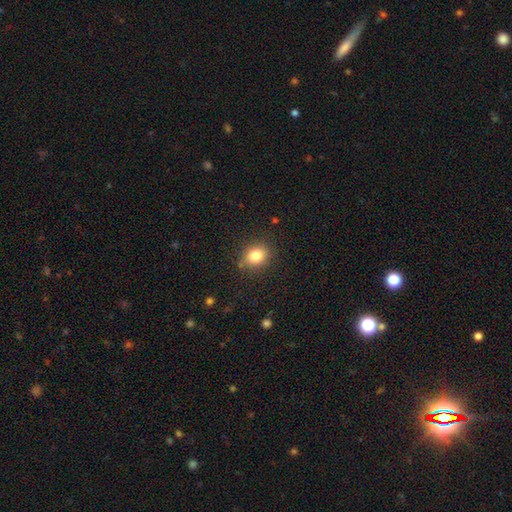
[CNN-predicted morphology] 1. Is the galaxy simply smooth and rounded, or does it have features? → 82% smooth, 11% star or artifact, 7% featured or disk.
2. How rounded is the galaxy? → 62% round, 38% in between, 1% cigar-shaped.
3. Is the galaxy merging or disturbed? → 84% none, 11% minor disturbance, 3% major disturbance, 2% merger.